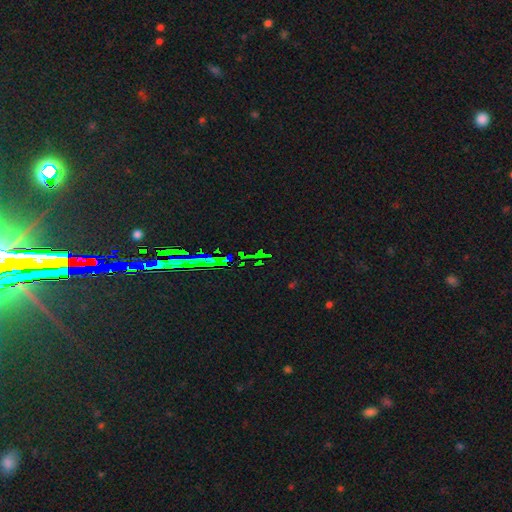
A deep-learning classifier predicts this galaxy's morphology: This appears to be a star or artifact, not a galaxy (79%).